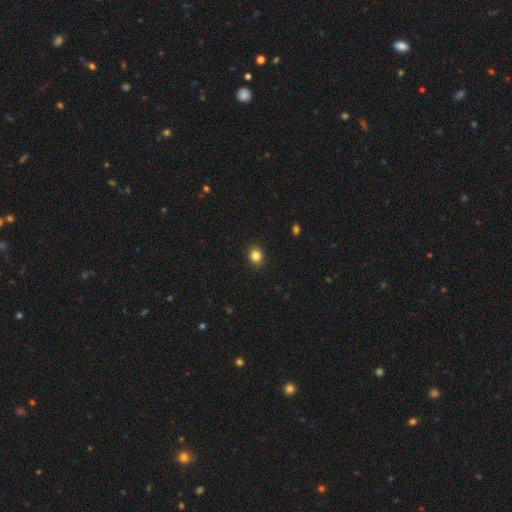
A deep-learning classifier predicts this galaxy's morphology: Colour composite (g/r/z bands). It shows a smooth galaxy with no disk features (85%) that is round (65%). Merging: none (90%).